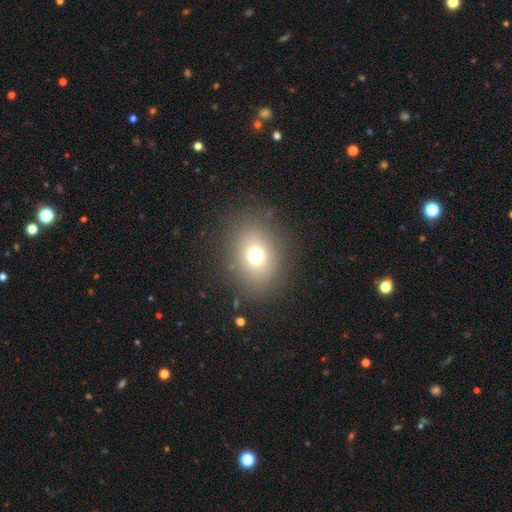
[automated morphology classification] Smooth or featured: smooth — 69% (star or artifact — 18%)
How rounded: round — 57% (in between — 42%)
Merging: none — 84% (minor disturbance — 9%)